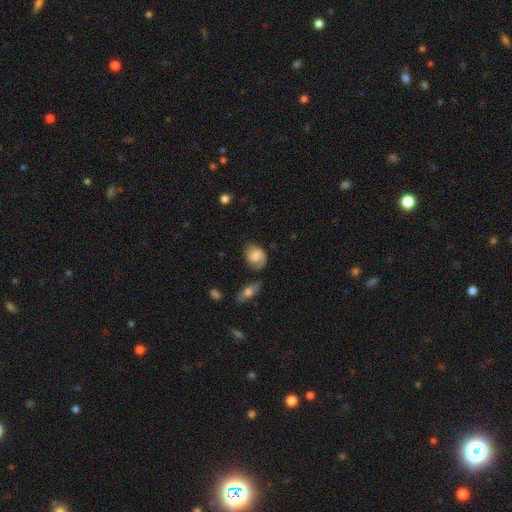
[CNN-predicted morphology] Smooth or featured?
  - featured or disk: 48% *
  - smooth: 45%
  - star or artifact: 8%
Merging?
  - none: 56% *
  - minor disturbance: 26%
  - major disturbance: 13%
  - merger: 4%